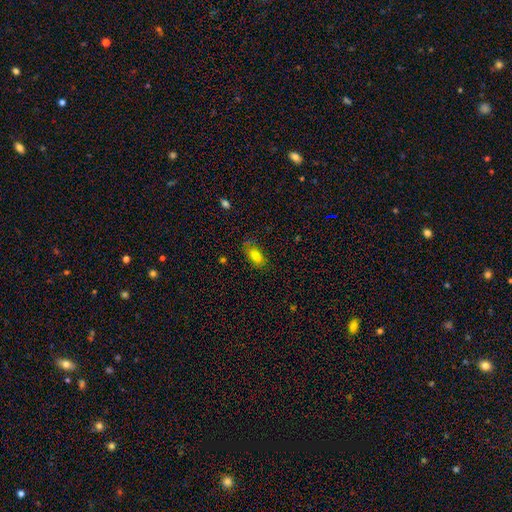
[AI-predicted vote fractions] smooth 81%, featured or disk 10%, star or artifact 10%. Down the decision tree: how rounded — in between (88%); merging — none (74%).